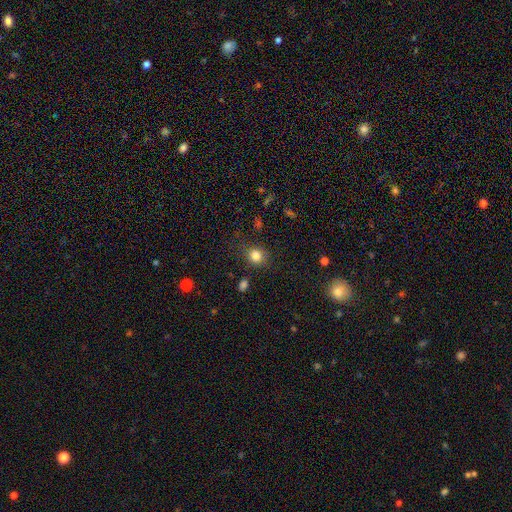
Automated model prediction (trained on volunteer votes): Morphology: type=smooth (82%); roundness=round (74%); merging=none (81%).